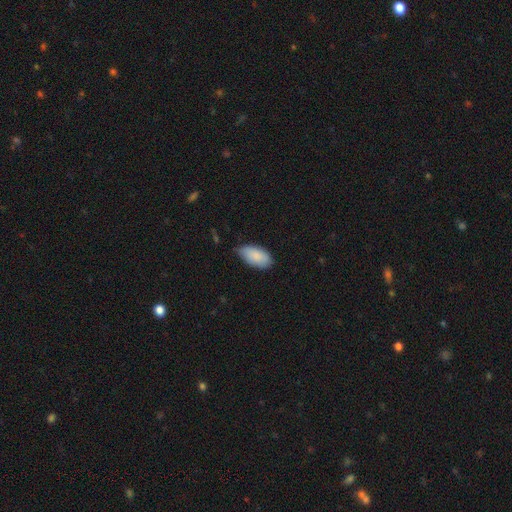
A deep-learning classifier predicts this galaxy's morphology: Smooth or featured? smooth (88%)
How rounded? in between (94%)
Merging? none (62%)